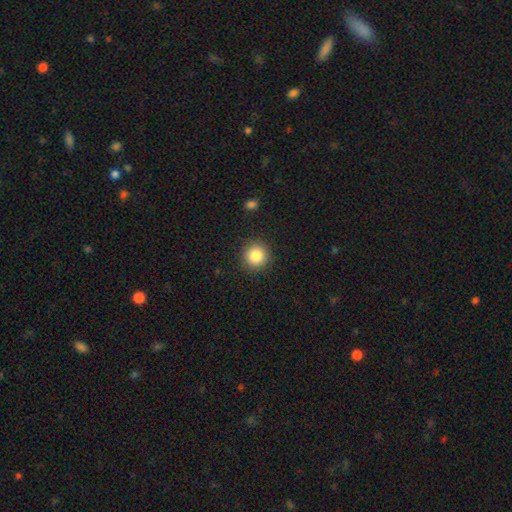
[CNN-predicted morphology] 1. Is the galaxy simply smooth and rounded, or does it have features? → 85% smooth, 10% star or artifact, 5% featured or disk.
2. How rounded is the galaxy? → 93% round, 6% in between, 1% cigar-shaped.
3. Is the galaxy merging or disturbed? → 90% none, 6% minor disturbance, 2% major disturbance, 1% merger.